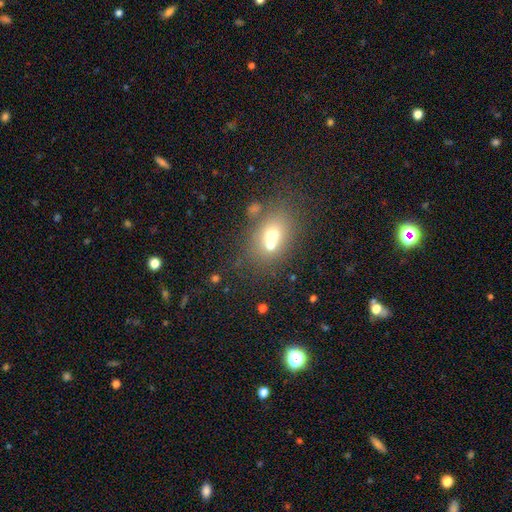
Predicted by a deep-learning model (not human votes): Smooth or featured: smooth — 58% (star or artifact — 26%)
How rounded: in between — 65% (round — 32%)
Merging: none — 61% (merger — 21%)